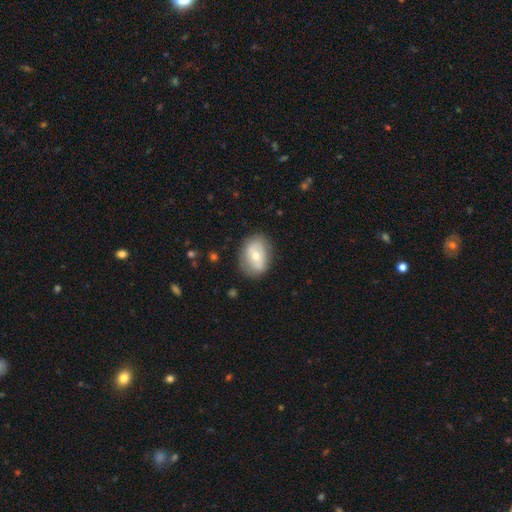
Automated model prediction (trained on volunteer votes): Q: Smooth or featured?
A: smooth (58%); runner-up: featured or disk (35%)
Q: How rounded?
A: in between (76%); runner-up: round (23%)
Q: Merging?
A: none (77%); runner-up: minor disturbance (17%)